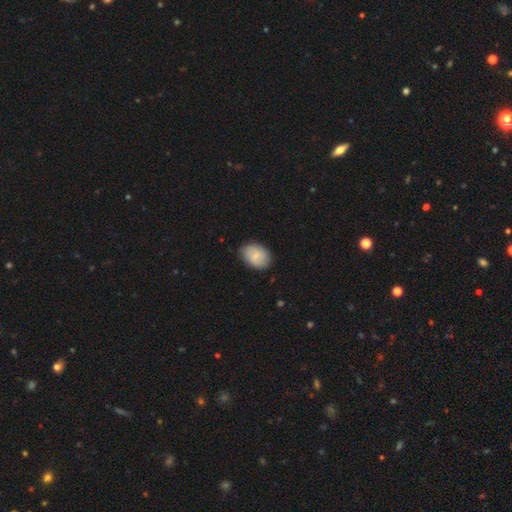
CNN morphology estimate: Q: Smooth or featured?
A: smooth (76%); runner-up: featured or disk (17%)
Q: How rounded?
A: in between (76%); runner-up: round (23%)
Q: Merging?
A: none (81%); runner-up: minor disturbance (15%)